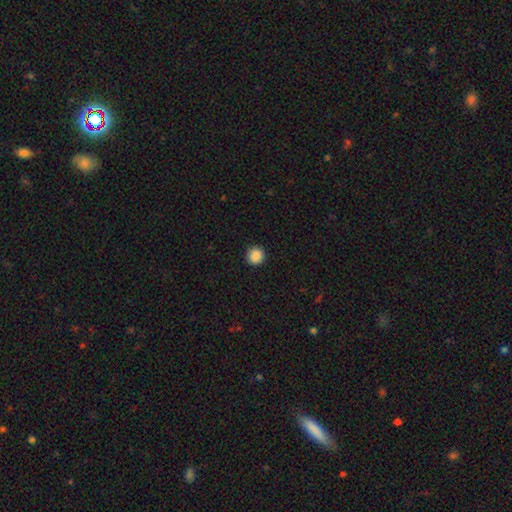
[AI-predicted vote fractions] Q: Smooth or featured?
A: smooth (89%); runner-up: star or artifact (9%)
Q: How rounded?
A: round (93%); runner-up: in between (6%)
Q: Merging?
A: none (92%); runner-up: minor disturbance (5%)